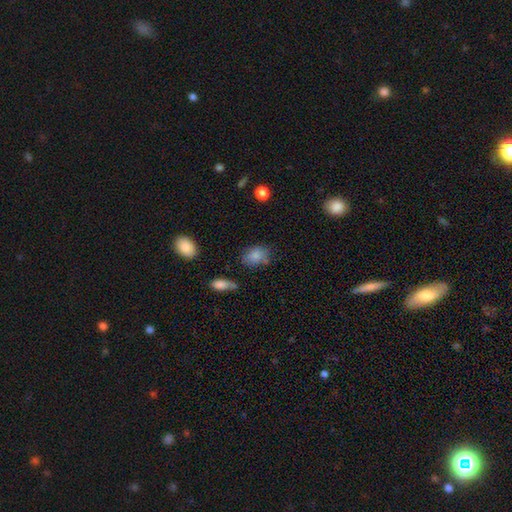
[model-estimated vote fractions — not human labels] A smooth galaxy with no disk features (82%) that is in between round and cigar-shaped (71%). Merging: none (63%).